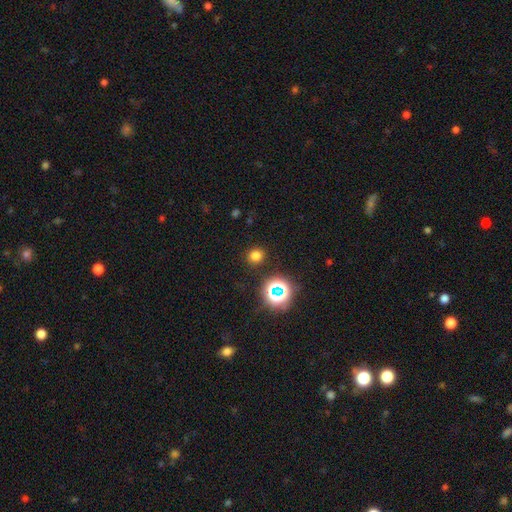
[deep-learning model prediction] Morphology: type=smooth (73%); roundness=round (87%); merging=none (89%).